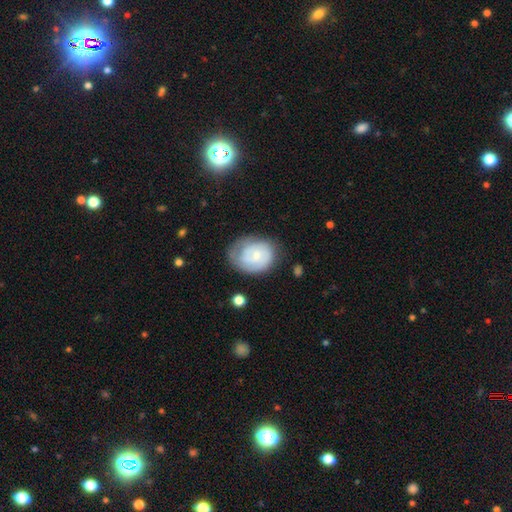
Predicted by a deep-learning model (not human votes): This appears to be a featured or disk galaxy (55%) with no bar (69%), spiral arms (78%) and a small central bulge (58%). Merging: none (59%).